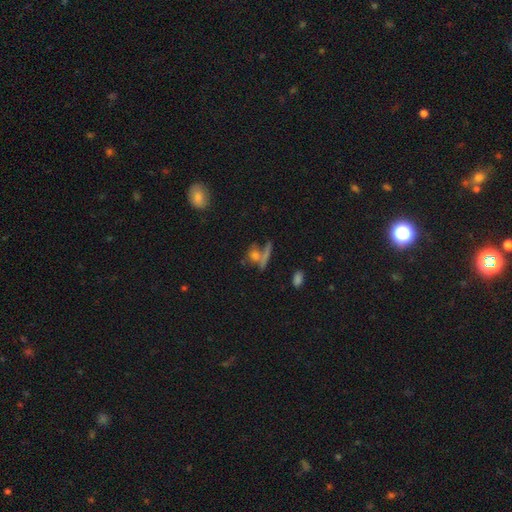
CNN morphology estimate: Smooth or featured: smooth — 61% (featured or disk — 22%)
How rounded: round — 48% (in between — 32%)
Merging: none — 50% (merger — 31%)